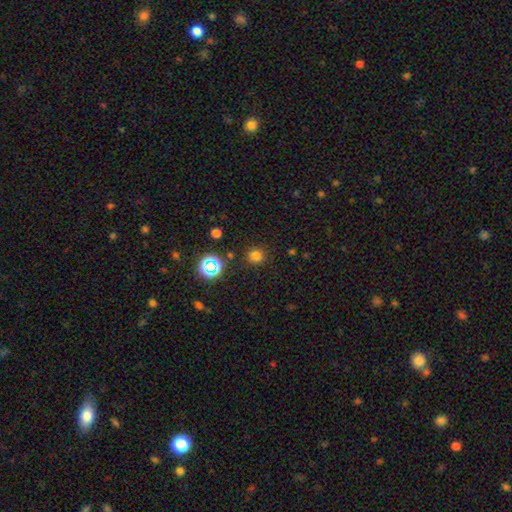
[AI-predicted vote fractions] smooth_or_featured: smooth (p=0.74) [alt: star or artifact p=0.21]
how_rounded: round (p=0.91) [alt: in between p=0.08]
merging: none (p=0.88) [alt: minor disturbance p=0.07]